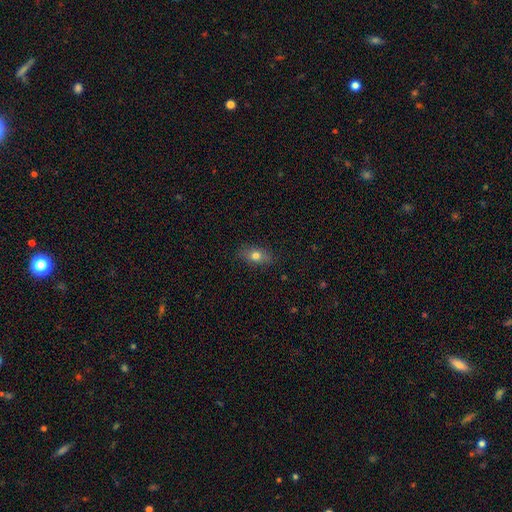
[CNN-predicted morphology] type=smooth (72%); roundness=in between (78%); merging=none (85%).